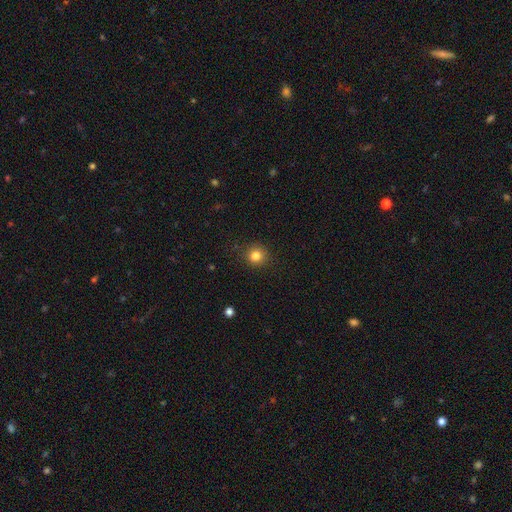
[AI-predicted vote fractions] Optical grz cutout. It shows a smooth galaxy with no disk features (83%) that is round (91%). Merging: none (89%).